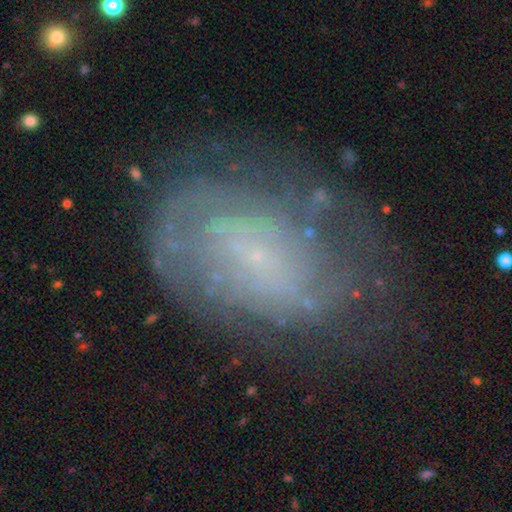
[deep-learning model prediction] This is likely a featured or disk galaxy (69%). It is clearly not viewed edge-on (96%). Bar: likely no (67%). Spiral arm pattern: likely yes (75%). Spiral arm count: possibly can't tell (56%). Spiral winding: possibly tight (55%). Central bulge: likely small (74%). Merging: likely none (64%).